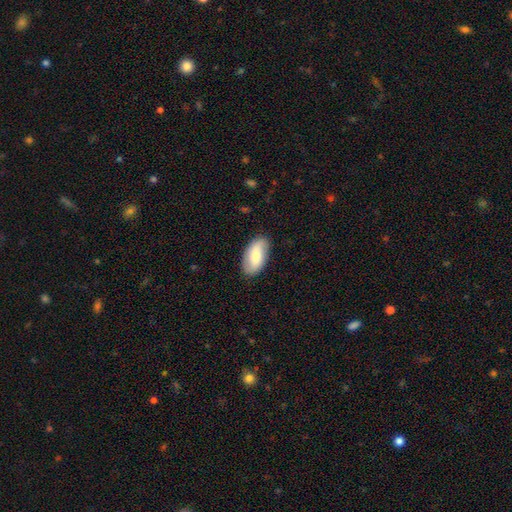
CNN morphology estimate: Smooth or featured? smooth (67%)
How rounded? in between (94%)
Merging? none (84%)